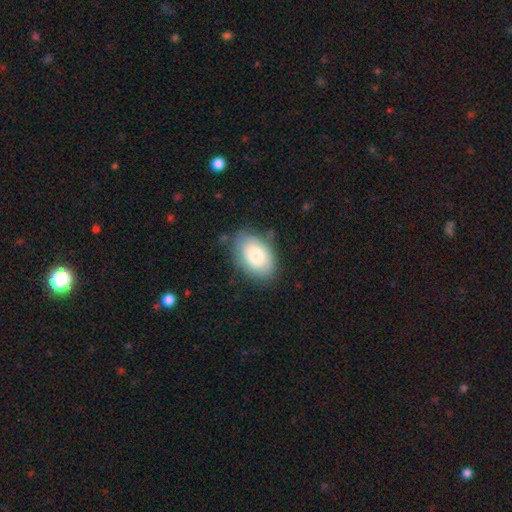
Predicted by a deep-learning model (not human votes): smooth-or-featured: smooth: 76% | featured or disk: 17% | star or artifact: 7%
  how-rounded: in between: 87% | round: 12% | cigar-shaped: 1%
  merging: none: 72% | minor disturbance: 21% | major disturbance: 6% | merger: 2%